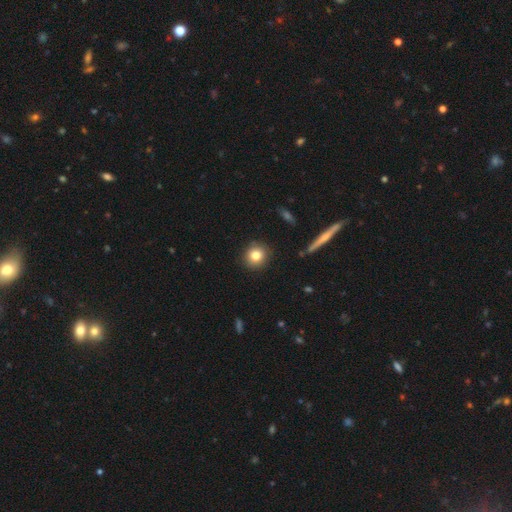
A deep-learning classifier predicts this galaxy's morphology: Smooth or featured? Predicted: smooth (p=0.80). How rounded? Predicted: round (p=0.89). Merging? Predicted: none (p=0.90).